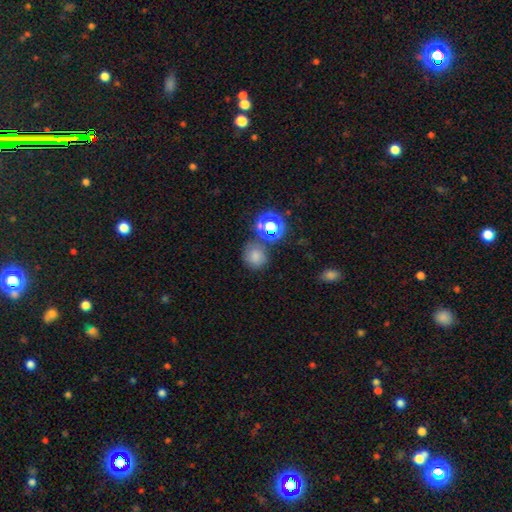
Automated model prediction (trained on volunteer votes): This appears to be a smooth galaxy with no disk features (72%) that is round (84%). Merging: none (71%).